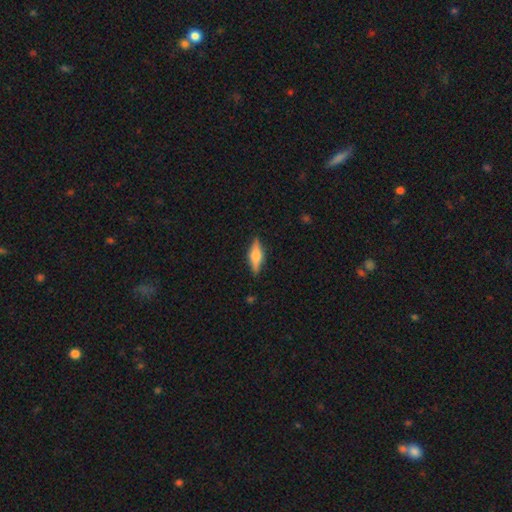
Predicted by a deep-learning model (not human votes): This appears to be a featured or disk galaxy (51%) viewed edge-on (94%). Merging: none (87%).